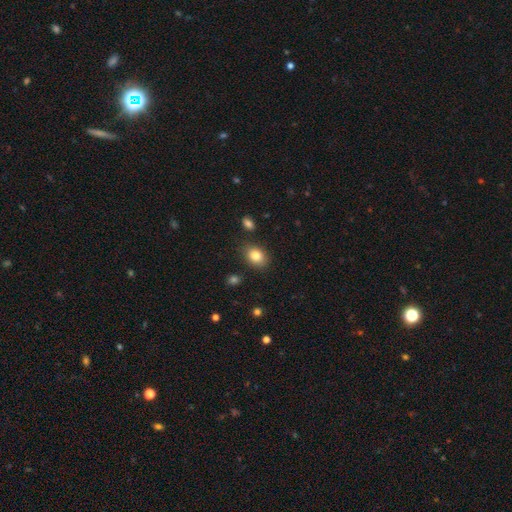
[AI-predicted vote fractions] A smooth galaxy with no disk features (83%) that is in between round and cigar-shaped (71%). Merging: none (84%).